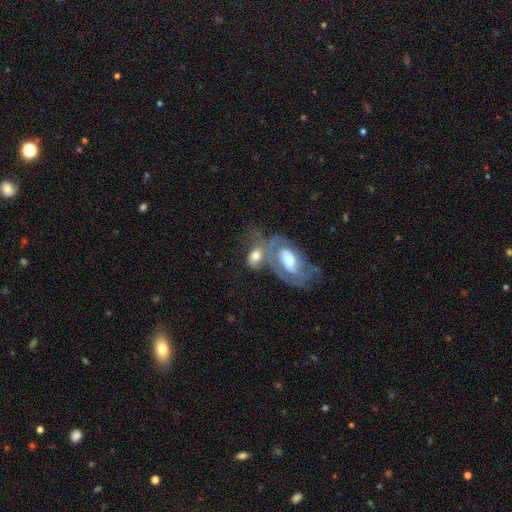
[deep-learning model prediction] A smooth galaxy with no disk features (50%). Merging: merger (58%).